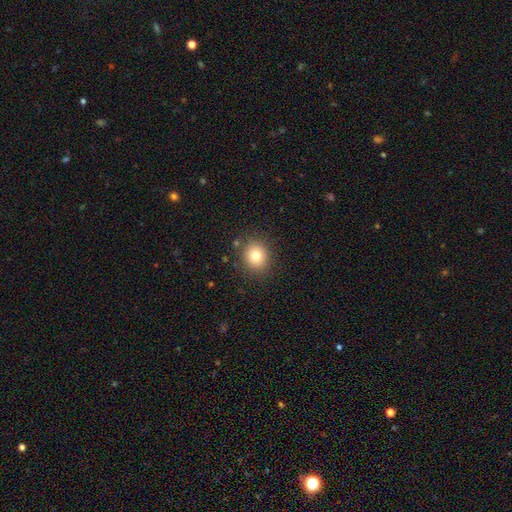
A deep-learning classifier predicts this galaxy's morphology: The model was most divided on "how rounded": round: 77%, in between: 22%, cigar-shaped: 1%. More confident: merging — none (86%); smooth or featured — smooth (79%).